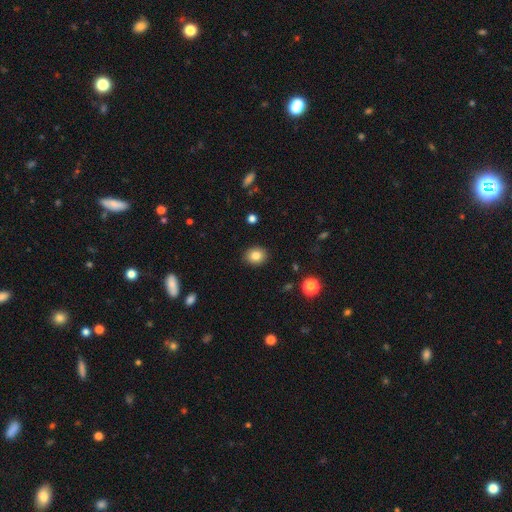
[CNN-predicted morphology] type=smooth (83%); roundness=round (64%); merging=none (90%).